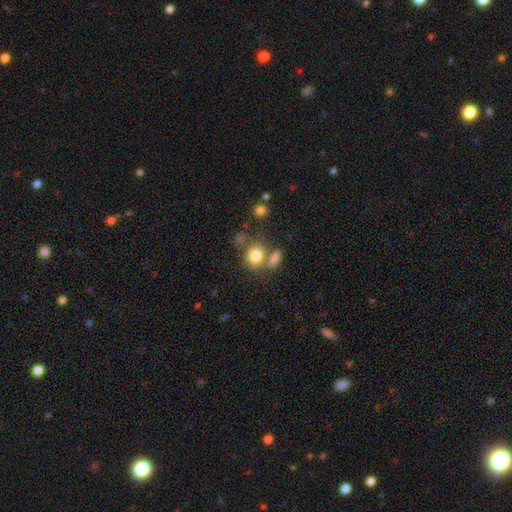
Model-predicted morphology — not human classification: Smooth or featured? smooth (80%)
How rounded? round (65%)
Merging? none (55%)